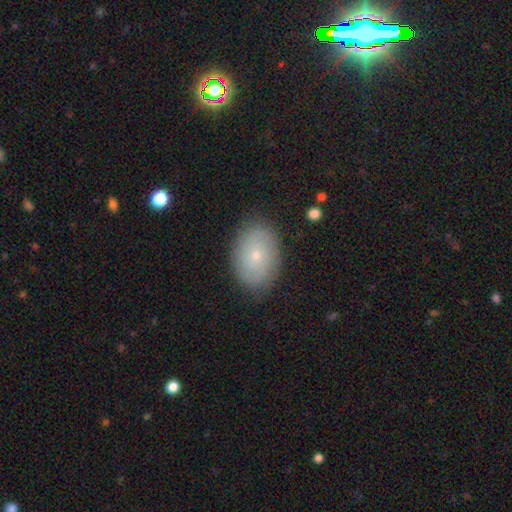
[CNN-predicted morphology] smooth-or-featured: smooth: 51% | featured or disk: 41% | star or artifact: 8%
  how-rounded: in between: 81% | round: 18% | cigar-shaped: 1%
  merging: none: 85% | minor disturbance: 11% | major disturbance: 3% | merger: 1%